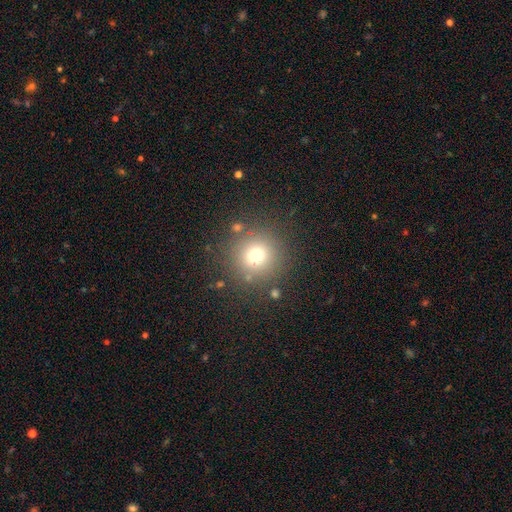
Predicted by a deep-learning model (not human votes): Smooth or featured? smooth (72%)
How rounded? round (94%)
Merging? none (83%)